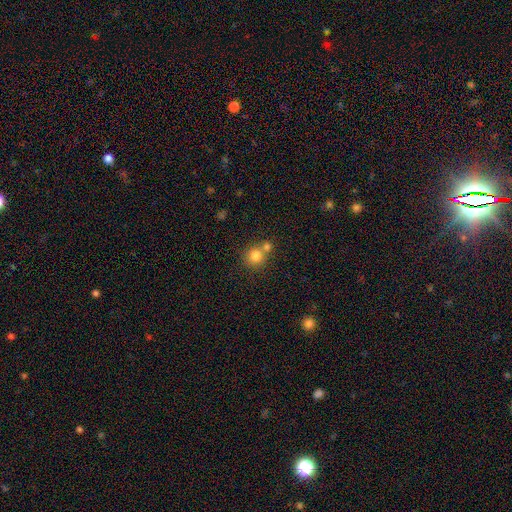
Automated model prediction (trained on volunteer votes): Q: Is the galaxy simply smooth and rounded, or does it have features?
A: smooth — 81%.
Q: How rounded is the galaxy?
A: round — 91%.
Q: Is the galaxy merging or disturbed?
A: none — 56%.